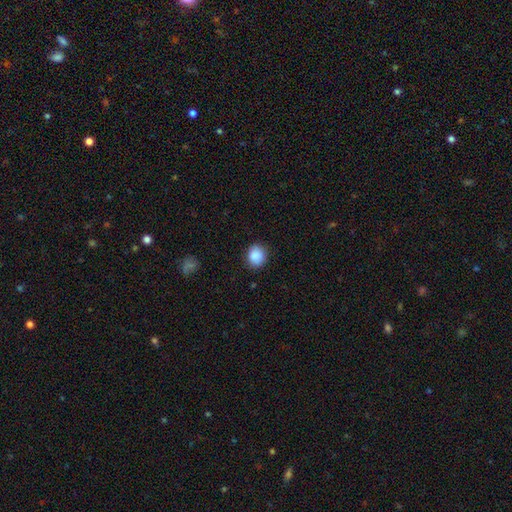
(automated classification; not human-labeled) Smooth or featured?
  - smooth: 89% *
  - star or artifact: 8%
  - featured or disk: 3%
How rounded?
  - round: 73% *
  - in between: 26%
  - cigar-shaped: 1%
Merging?
  - none: 86% *
  - minor disturbance: 10%
  - major disturbance: 3%
  - merger: 1%